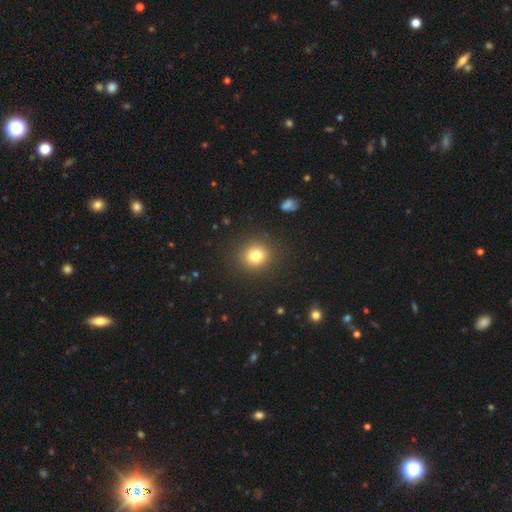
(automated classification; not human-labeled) smooth_or_featured: smooth (p=0.79) [alt: star or artifact p=0.13]
how_rounded: round (p=0.87) [alt: in between p=0.12]
merging: none (p=0.88) [alt: minor disturbance p=0.07]